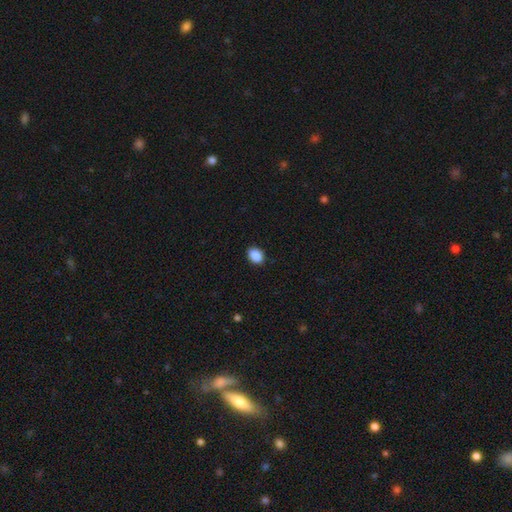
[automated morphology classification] smooth 89%, star or artifact 8%, featured or disk 3%. Down the decision tree: how rounded — in between (72%); merging — none (87%).